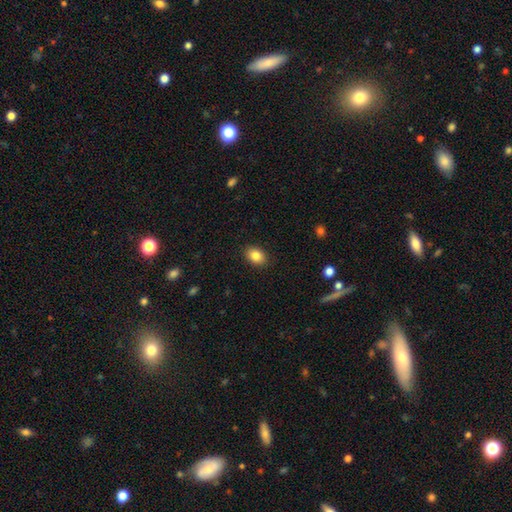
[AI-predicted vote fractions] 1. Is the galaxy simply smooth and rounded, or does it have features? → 85% smooth, 9% star or artifact, 6% featured or disk.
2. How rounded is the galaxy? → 76% in between, 23% round, 1% cigar-shaped.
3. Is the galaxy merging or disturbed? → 89% none, 8% minor disturbance, 2% major disturbance, 1% merger.